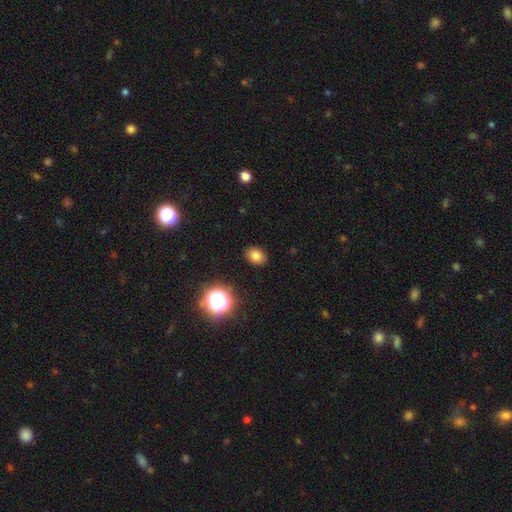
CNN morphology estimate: Smooth or featured? smooth (79%)
How rounded? in between (65%)
Merging? none (89%)